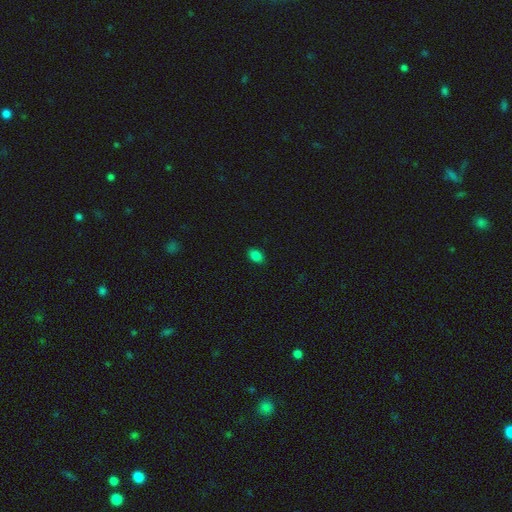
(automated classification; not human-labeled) Q: Smooth or featured?
A: smooth (83%); runner-up: star or artifact (12%)
Q: How rounded?
A: in between (83%); runner-up: round (15%)
Q: Merging?
A: none (88%); runner-up: minor disturbance (9%)